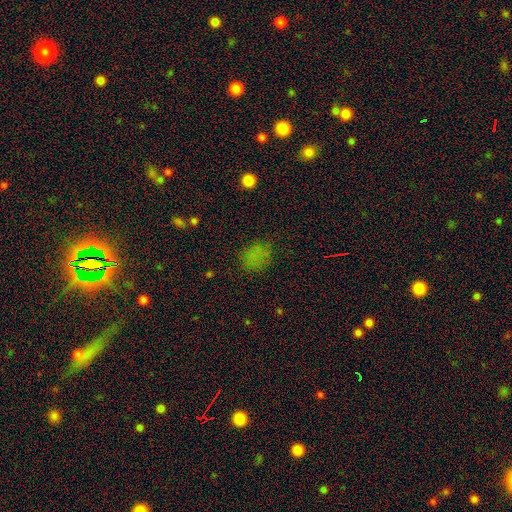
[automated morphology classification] smooth 66%, star or artifact 25%, featured or disk 8%. Down the decision tree: how rounded — in between (58%); merging — none (71%).